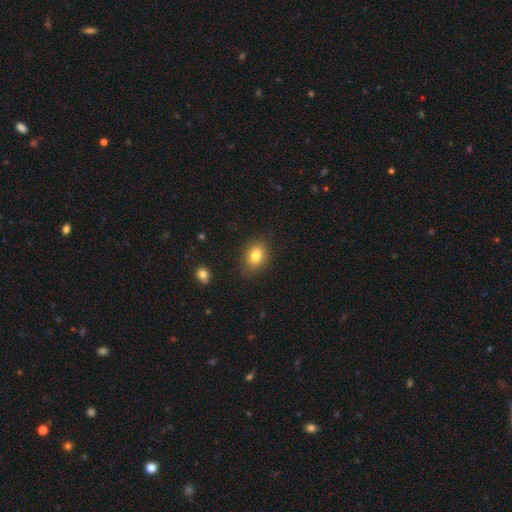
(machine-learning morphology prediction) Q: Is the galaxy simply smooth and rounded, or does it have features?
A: smooth — 81%.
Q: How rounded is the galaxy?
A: in between — 60%.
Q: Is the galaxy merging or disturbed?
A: none — 84%.